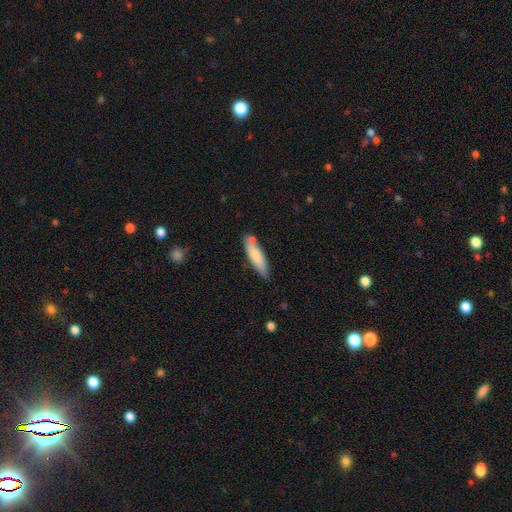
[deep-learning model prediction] This appears to be a smooth galaxy with no disk features (75%) that is cigar-shaped (65%). Merging: none (70%).